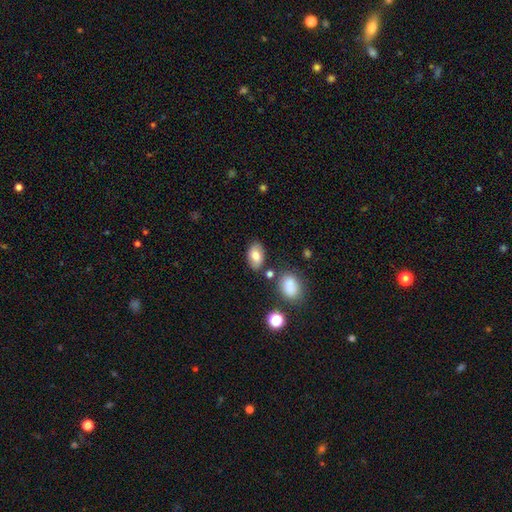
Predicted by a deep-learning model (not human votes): A smooth galaxy with no disk features (78%) that is in between round and cigar-shaped (90%).

Vote fractions:
- Smooth or featured? smooth: 78% / featured or disk: 14% / star or artifact: 8%
- How rounded? in between: 90% / round: 9% / cigar-shaped: 2%
- Merging? none: 80% / minor disturbance: 12% / merger: 5% / major disturbance: 3%